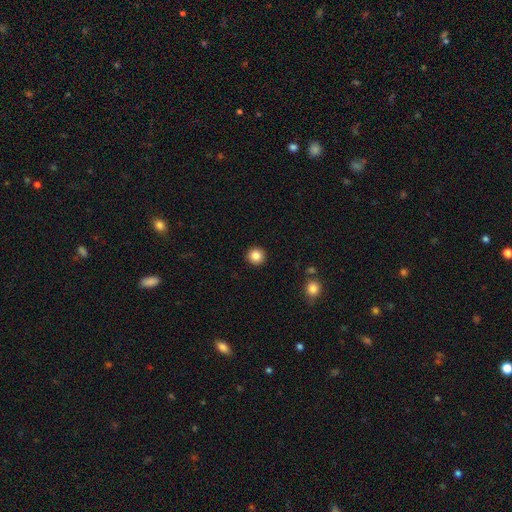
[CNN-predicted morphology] Smooth or featured? smooth (85%)
How rounded? round (95%)
Merging? none (93%)